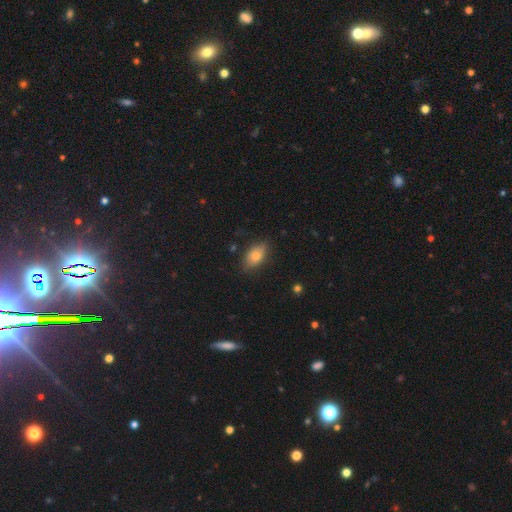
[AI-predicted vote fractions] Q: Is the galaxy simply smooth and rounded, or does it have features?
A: smooth — 74%.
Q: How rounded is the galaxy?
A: in between — 86%.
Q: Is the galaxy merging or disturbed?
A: none — 79%.